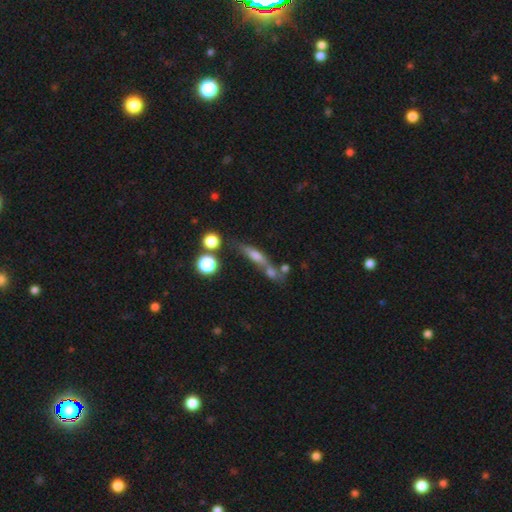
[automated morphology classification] The model was most divided on "smooth or featured" (2-way tie): featured or disk: 43%, smooth: 43%, star or artifact: 14%. Remaining: merging — none (48%).